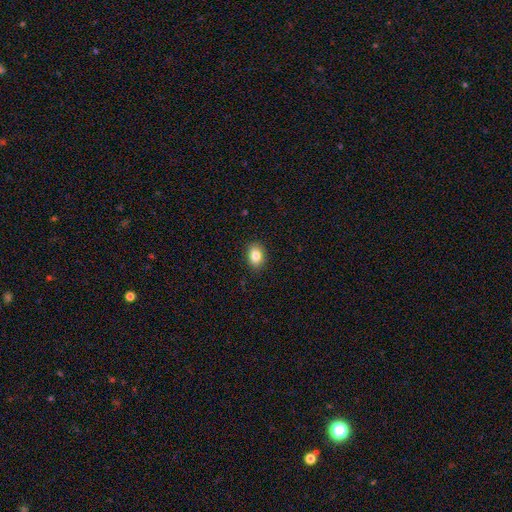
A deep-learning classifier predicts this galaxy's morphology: Overall: smooth (84%). How rounded: in between (70%). Merging: none (89%).